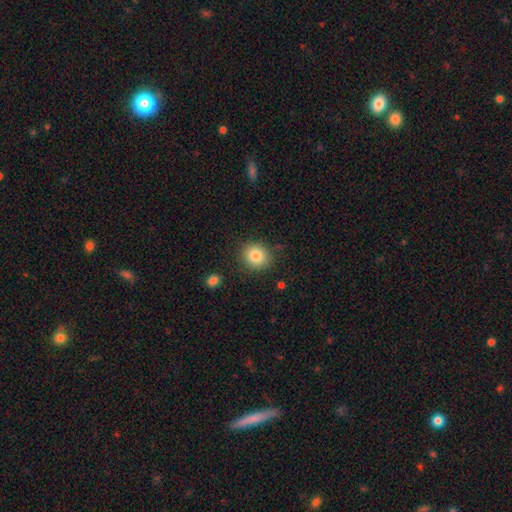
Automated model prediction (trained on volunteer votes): Smooth or featured: smooth — 83% (star or artifact — 10%)
How rounded: round — 81% (in between — 18%)
Merging: none — 87% (minor disturbance — 9%)